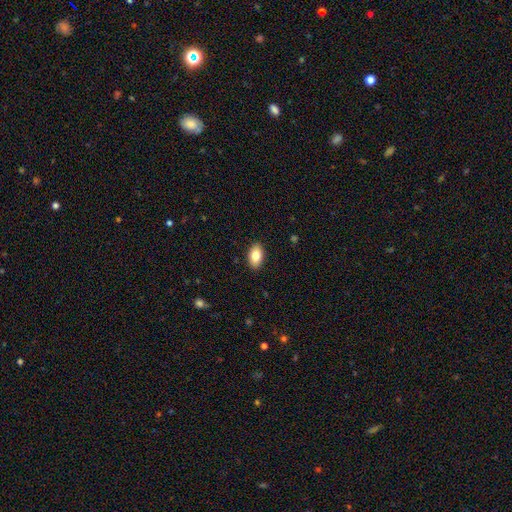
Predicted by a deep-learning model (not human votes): Smooth or featured? smooth (82%)
How rounded? in between (92%)
Merging? none (90%)